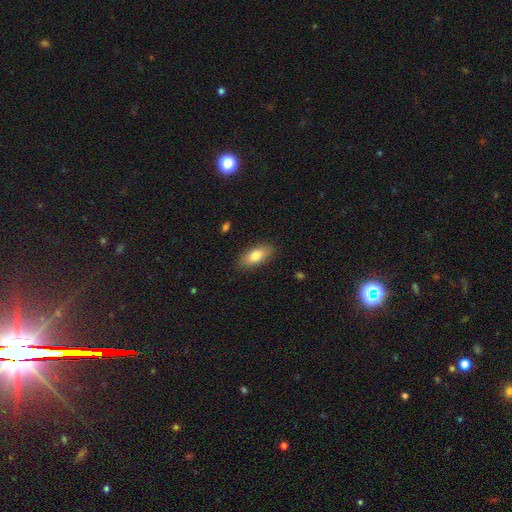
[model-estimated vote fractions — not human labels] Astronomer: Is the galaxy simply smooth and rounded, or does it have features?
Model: smooth — 76%.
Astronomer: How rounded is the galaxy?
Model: in between — 84%.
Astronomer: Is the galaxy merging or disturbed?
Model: none — 86%.